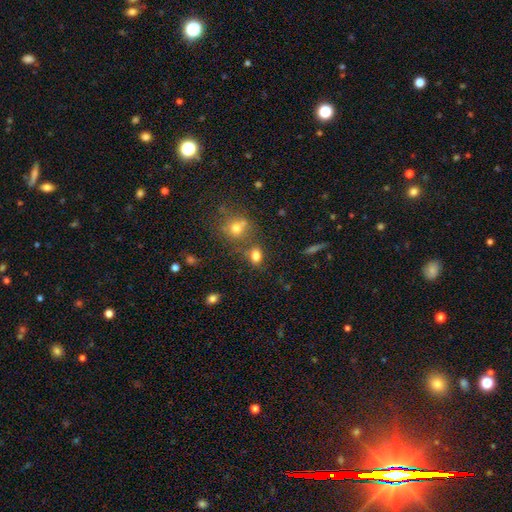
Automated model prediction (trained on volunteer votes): A smooth galaxy with no disk features (79%) that is in between round and cigar-shaped (68%). Merging: none (64%).